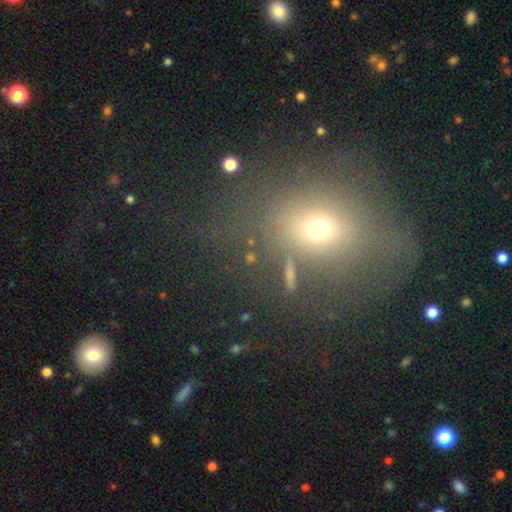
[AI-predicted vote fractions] This is possibly a smooth galaxy (54%). How rounded: possibly round (56%). Merging: likely none (67%).